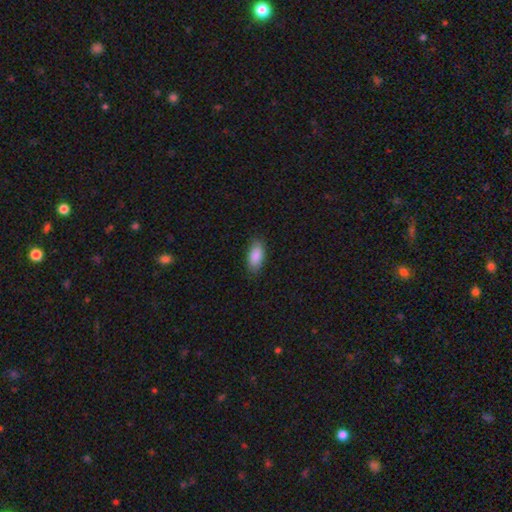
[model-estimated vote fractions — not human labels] Smooth or featured: smooth — 89% (star or artifact — 6%)
How rounded: in between — 90% (cigar-shaped — 8%)
Merging: none — 84% (minor disturbance — 13%)